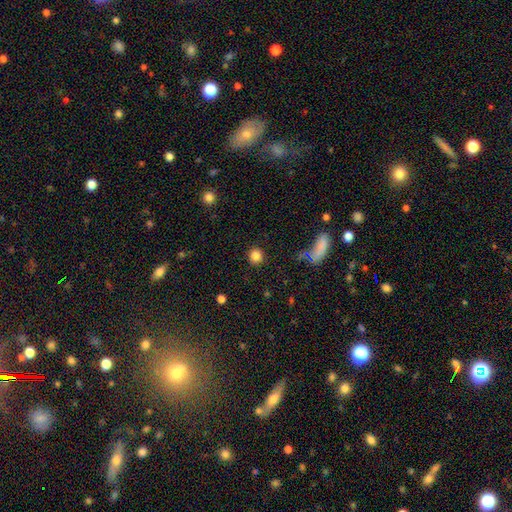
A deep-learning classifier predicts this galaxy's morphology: Smooth or featured? Predicted: smooth (p=0.84). How rounded? Predicted: round (p=0.90). Merging? Predicted: none (p=0.90).